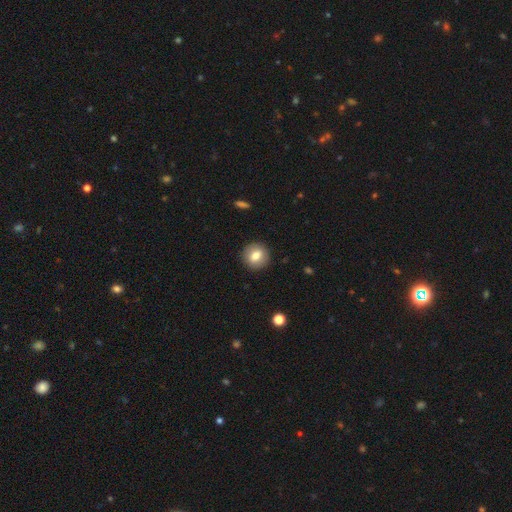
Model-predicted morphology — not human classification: Smooth or featured? smooth (78%)
How rounded? round (88%)
Merging? none (91%)